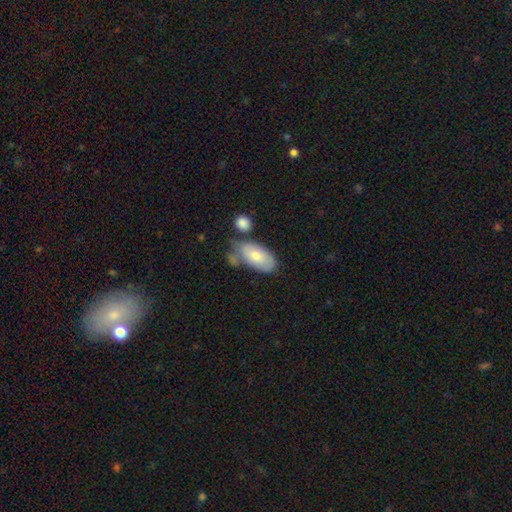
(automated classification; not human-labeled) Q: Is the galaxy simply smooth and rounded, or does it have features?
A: smooth — 70%.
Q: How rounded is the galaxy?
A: in between — 93%.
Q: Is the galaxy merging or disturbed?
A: none — 49%.